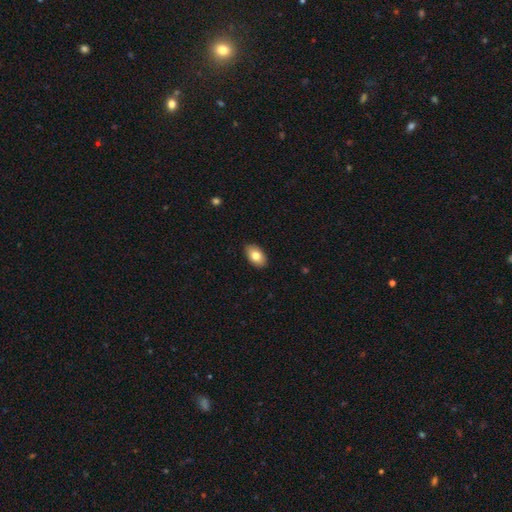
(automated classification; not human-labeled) Overall: smooth (80%). How rounded: in between (91%). Merging: none (88%).